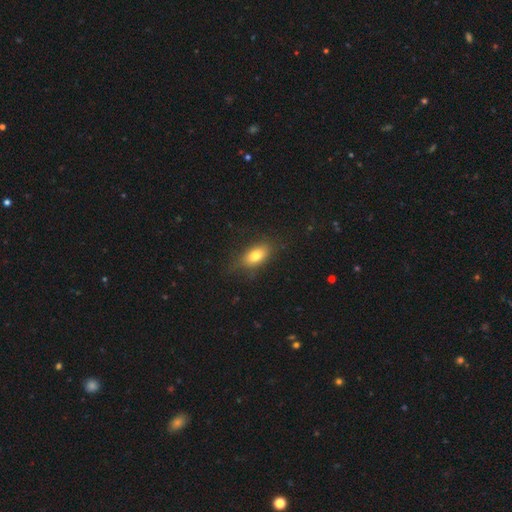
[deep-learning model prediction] A smooth galaxy with no disk features (77%) that is in between round and cigar-shaped (85%).

Vote fractions:
- Smooth or featured? smooth: 77% / featured or disk: 14% / star or artifact: 9%
- How rounded? in between: 85% / round: 8% / cigar-shaped: 7%
- Merging? none: 76% / minor disturbance: 17% / major disturbance: 6% / merger: 1%